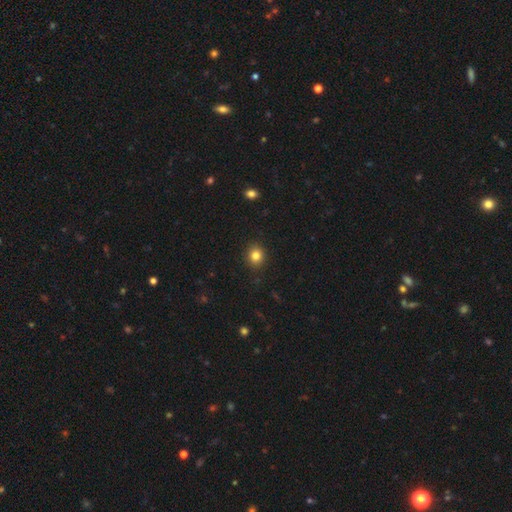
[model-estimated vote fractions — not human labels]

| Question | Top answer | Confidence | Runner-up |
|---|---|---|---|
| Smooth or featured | smooth | 82% | star or artifact (12%) |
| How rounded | round | 77% | in between (22%) |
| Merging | none | 90% | minor disturbance (7%) |